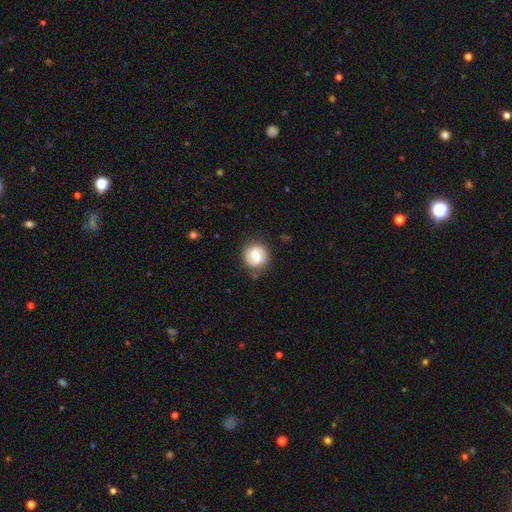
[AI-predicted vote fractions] Smooth or featured? smooth (50%)
How rounded? round (87%)
Merging? none (83%)